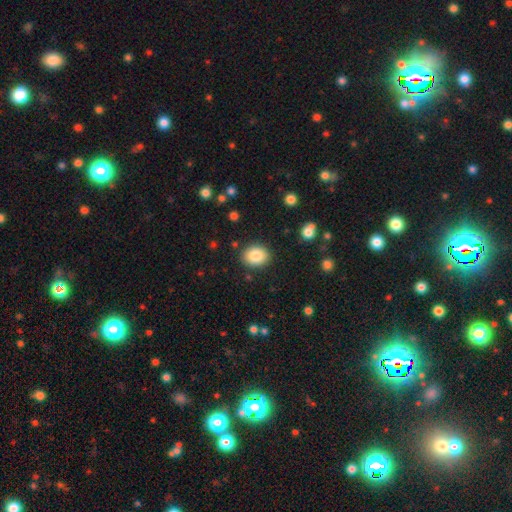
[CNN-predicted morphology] The model was most divided on "how rounded": round: 55%, in between: 44%, cigar-shaped: 1%. More confident: merging — none (88%); smooth or featured — smooth (85%).